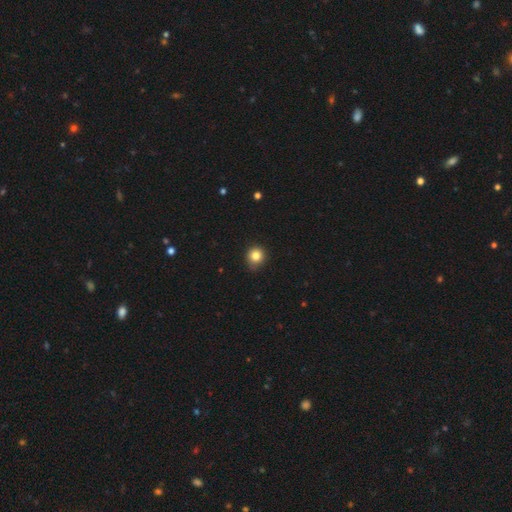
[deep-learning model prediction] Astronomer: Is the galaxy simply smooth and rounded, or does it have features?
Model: smooth — 83%.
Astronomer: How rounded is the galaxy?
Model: round — 90%.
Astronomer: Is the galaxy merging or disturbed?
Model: none — 82%.